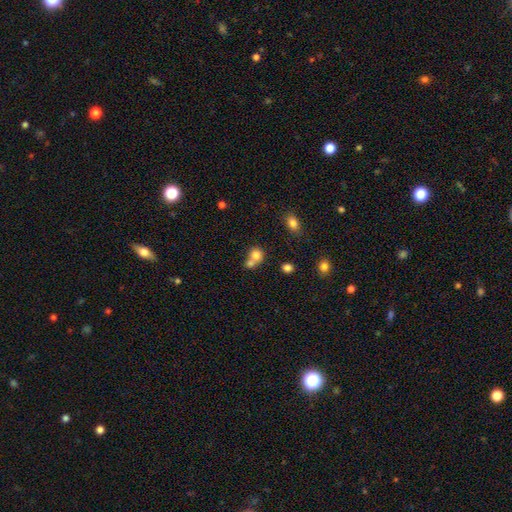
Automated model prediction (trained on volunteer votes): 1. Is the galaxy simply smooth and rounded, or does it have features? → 77% smooth, 12% featured or disk, 11% star or artifact.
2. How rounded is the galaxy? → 78% round, 21% in between, 1% cigar-shaped.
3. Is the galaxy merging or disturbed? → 56% merger, 35% none, 7% minor disturbance, 3% major disturbance.